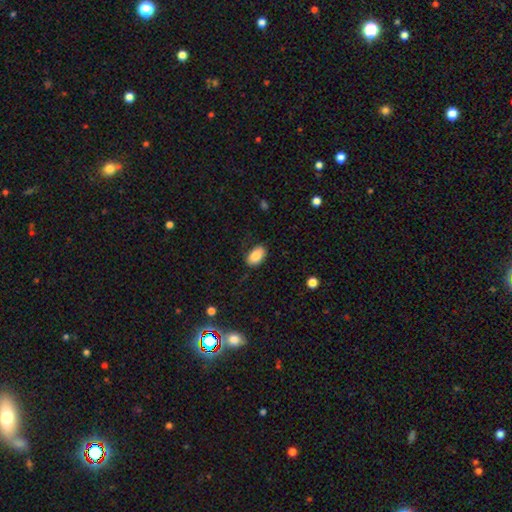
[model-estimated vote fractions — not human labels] Smooth or featured? Predicted: smooth (p=0.84). How rounded? Predicted: in between (p=0.91). Merging? Predicted: none (p=0.82).